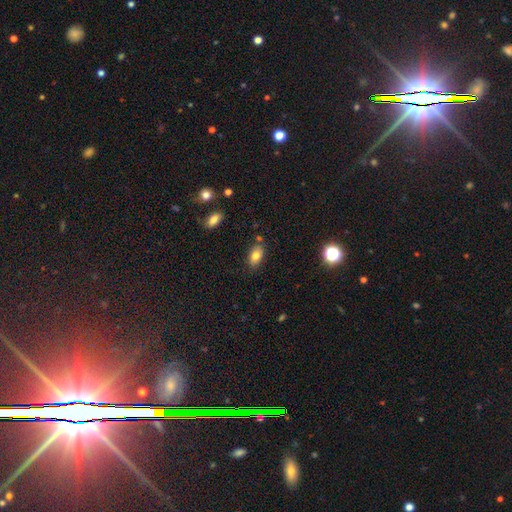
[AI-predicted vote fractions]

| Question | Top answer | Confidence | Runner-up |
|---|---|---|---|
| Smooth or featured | smooth | 80% | featured or disk (11%) |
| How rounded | in between | 90% | round (7%) |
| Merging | none | 78% | minor disturbance (14%) |